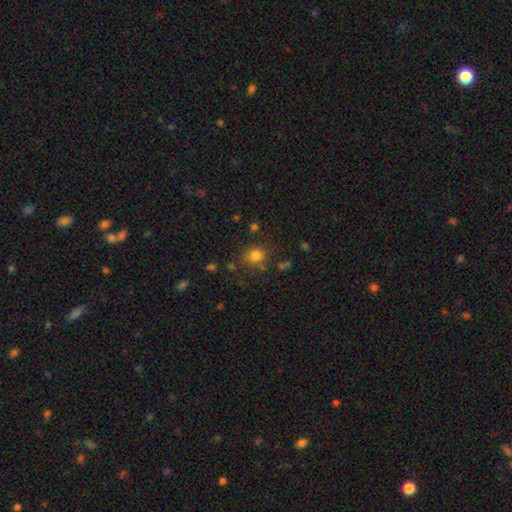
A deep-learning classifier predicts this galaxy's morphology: The model was most divided on "how rounded": round: 77%, in between: 22%, cigar-shaped: 1%. More confident: smooth or featured — smooth (79%); merging — none (73%).